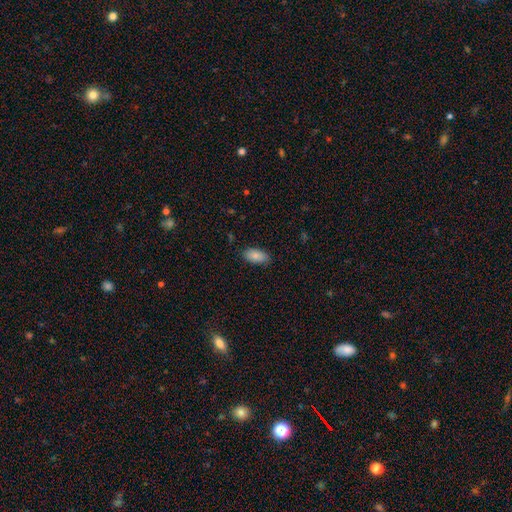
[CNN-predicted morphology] This is clearly a smooth galaxy (84%). How rounded: clearly in between (93%). Merging: clearly none (84%).